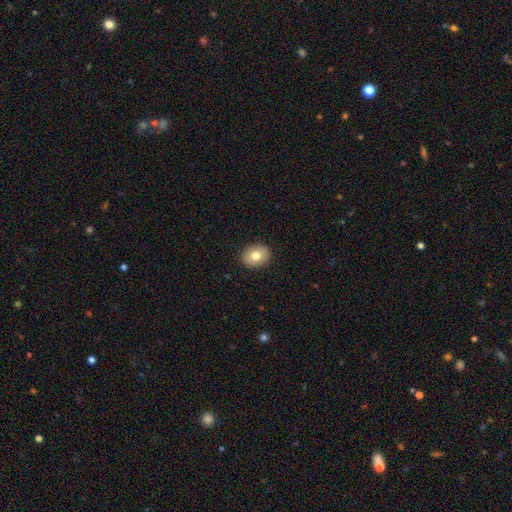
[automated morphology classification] type=smooth (76%); roundness=in between (50%); merging=none (90%).